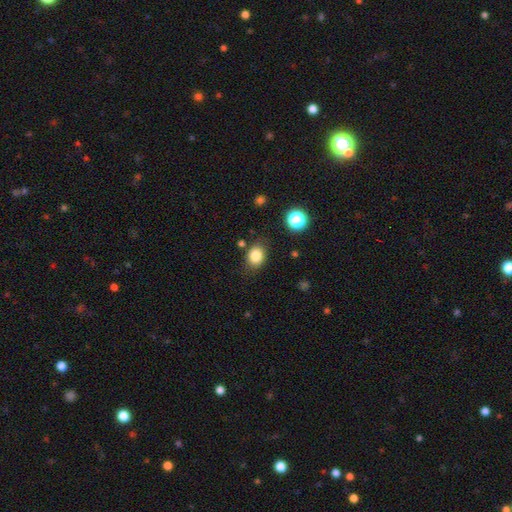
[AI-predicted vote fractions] smooth-or-featured: smooth: 83% | star or artifact: 11% | featured or disk: 6%
  how-rounded: in between: 55% | round: 44% | cigar-shaped: 1%
  merging: none: 79% | minor disturbance: 14% | major disturbance: 4% | merger: 3%